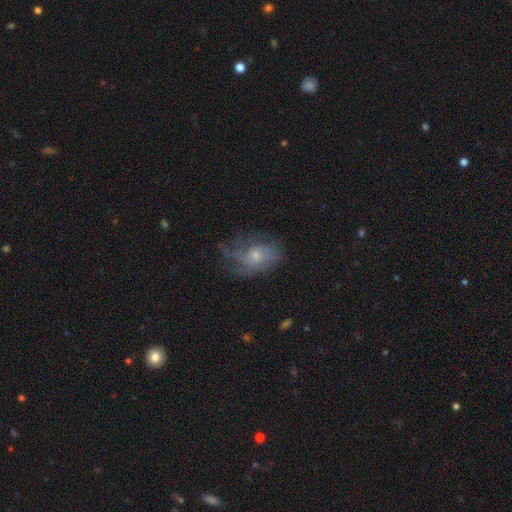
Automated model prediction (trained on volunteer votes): Morphology: type=featured or disk (64%); edge-on=no (96%); bar=no (79%); spiral arms=yes (78%); bulge=small (56%); merging=none (52%).